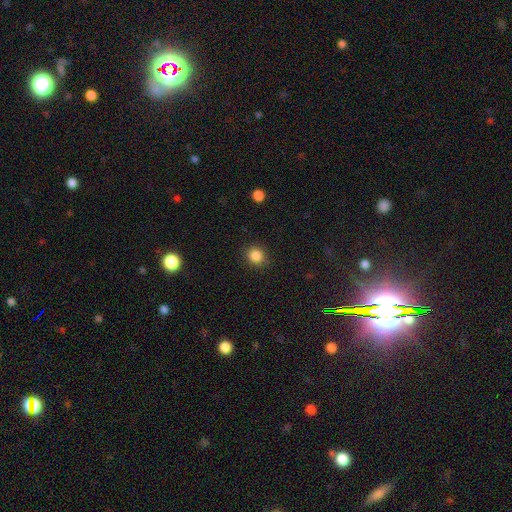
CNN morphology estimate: A smooth galaxy with no disk features (85%) that is round (84%).

Vote fractions:
- Smooth or featured? smooth: 85% / star or artifact: 11% / featured or disk: 4%
- How rounded? round: 84% / in between: 15% / cigar-shaped: 1%
- Merging? none: 87% / minor disturbance: 9% / major disturbance: 3% / merger: 1%